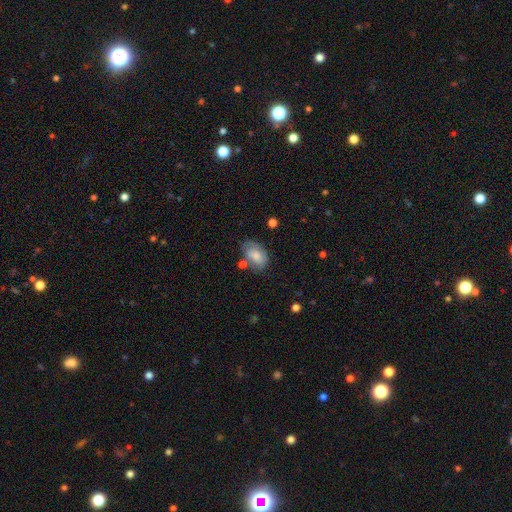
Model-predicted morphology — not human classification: Smooth or featured? smooth (67%)
How rounded? in between (87%)
Merging? none (54%)